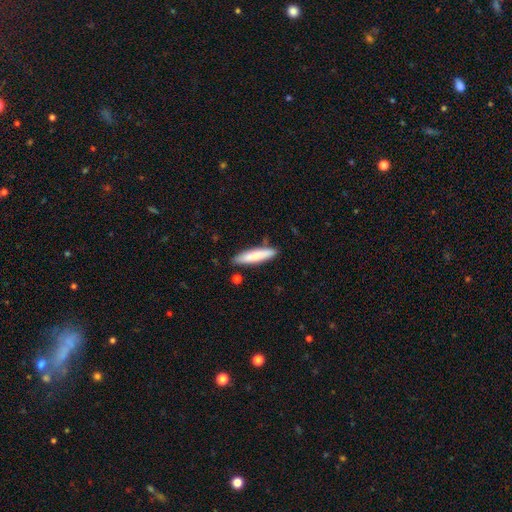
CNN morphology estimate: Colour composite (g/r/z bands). It shows a smooth galaxy with no disk features (77%) that is cigar-shaped (81%). Merging: none (84%).